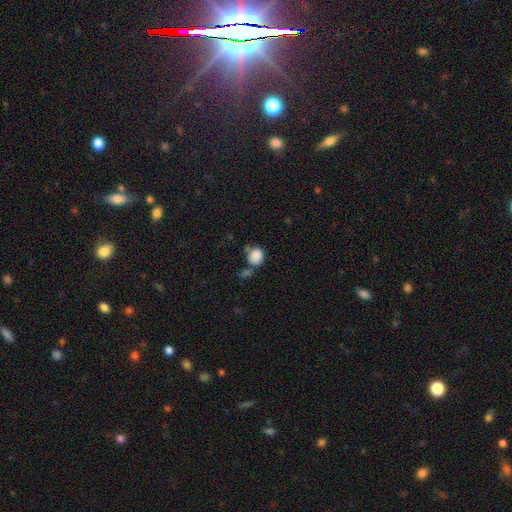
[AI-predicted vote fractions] Q: Smooth or featured?
A: smooth (86%); runner-up: star or artifact (9%)
Q: How rounded?
A: round (73%); runner-up: in between (26%)
Q: Merging?
A: none (51%); runner-up: merger (22%)